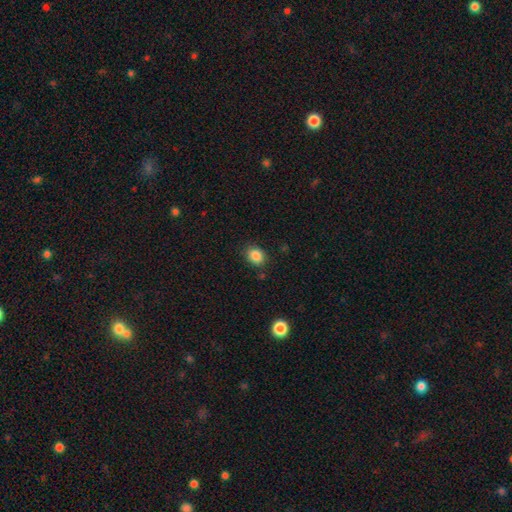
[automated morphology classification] Overall: smooth (86%). How rounded: round (51%; in between 48%). Merging: none (82%).